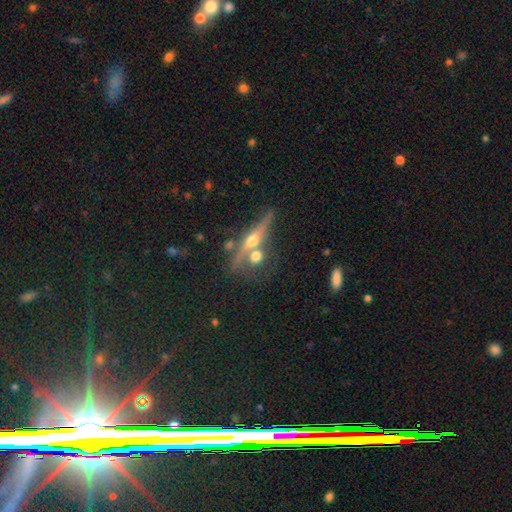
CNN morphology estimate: Q: Smooth or featured?
A: featured or disk (57%); runner-up: smooth (30%)
Q: Edge-on disk?
A: yes (82%); runner-up: no (18%)
Q: Merging?
A: none (53%); runner-up: merger (31%)